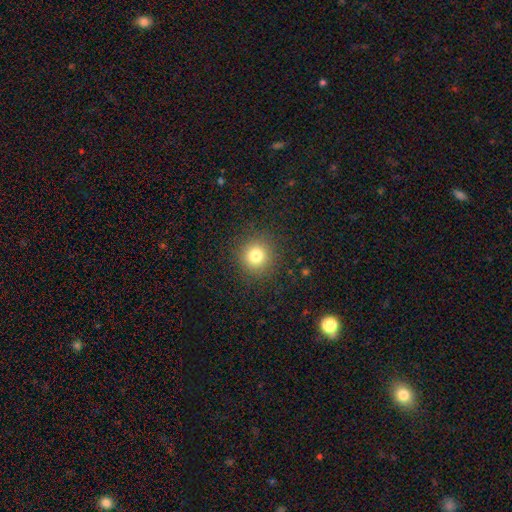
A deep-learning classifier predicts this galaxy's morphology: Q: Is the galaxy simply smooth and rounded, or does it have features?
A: smooth — 79%.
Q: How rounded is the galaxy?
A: round — 93%.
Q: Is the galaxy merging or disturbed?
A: none — 89%.